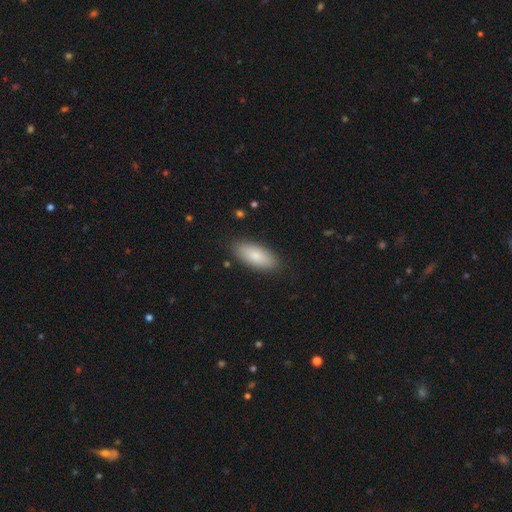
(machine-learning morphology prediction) smooth_or_featured: smooth (p=0.83) [alt: featured or disk p=0.11]
how_rounded: in between (p=0.87) [alt: cigar-shaped p=0.11]
merging: none (p=0.87) [alt: minor disturbance p=0.10]